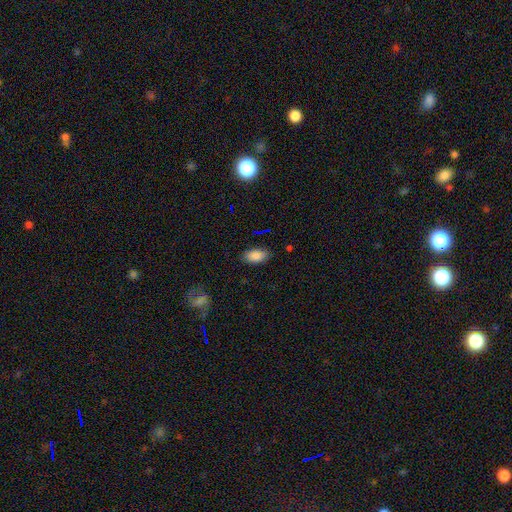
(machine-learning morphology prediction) type=smooth (83%); roundness=in between (93%); merging=none (83%).